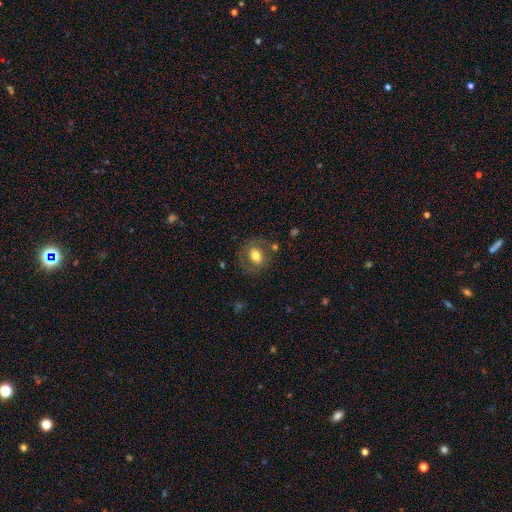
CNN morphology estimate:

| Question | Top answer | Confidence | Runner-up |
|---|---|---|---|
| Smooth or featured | smooth | 60% | featured or disk (31%) |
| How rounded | round | 58% | in between (41%) |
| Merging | none | 73% | minor disturbance (15%) |